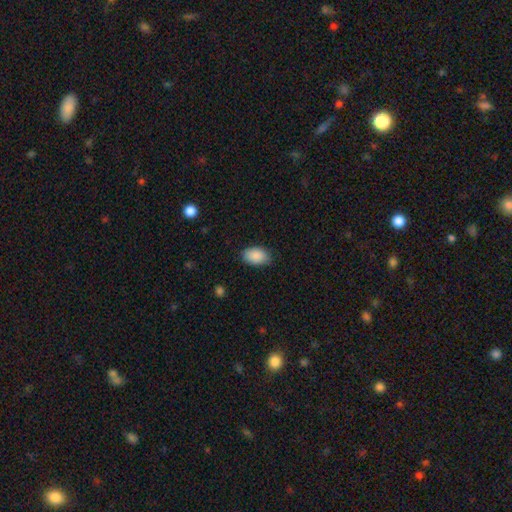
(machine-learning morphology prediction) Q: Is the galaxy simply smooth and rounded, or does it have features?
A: smooth — 90%.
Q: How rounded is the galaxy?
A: in between — 90%.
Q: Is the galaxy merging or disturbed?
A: none — 80%.